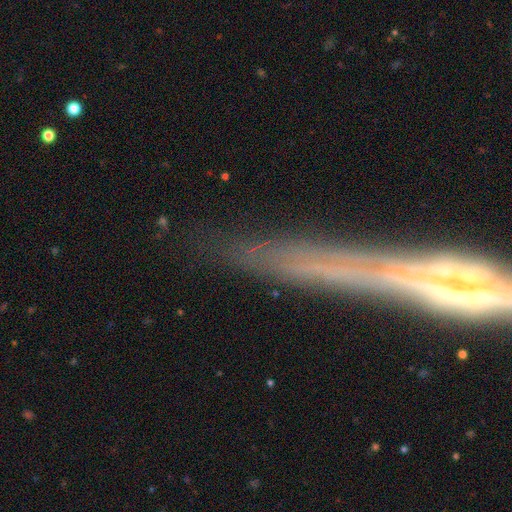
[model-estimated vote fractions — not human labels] This appears to be a featured or disk galaxy (50%). Merging: none (81%).